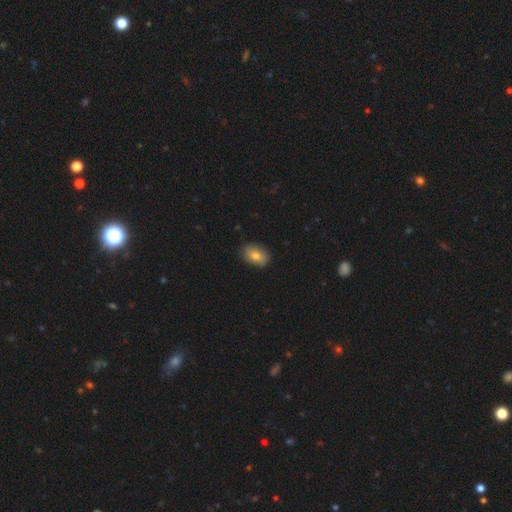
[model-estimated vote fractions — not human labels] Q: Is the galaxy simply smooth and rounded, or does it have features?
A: smooth — 80%.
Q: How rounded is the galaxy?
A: in between — 84%.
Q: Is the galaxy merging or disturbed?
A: none — 87%.